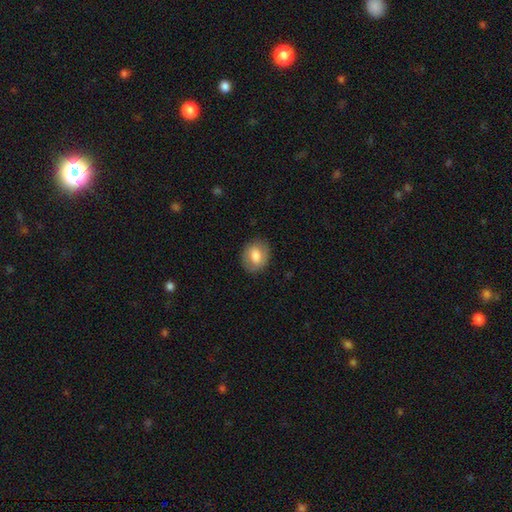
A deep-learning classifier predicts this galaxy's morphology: Smooth or featured? Predicted: smooth (p=0.73). How rounded? Predicted: in between (p=0.52). Merging? Predicted: none (p=0.84).